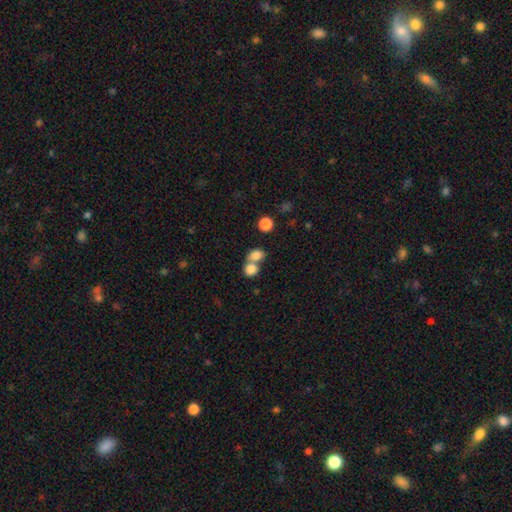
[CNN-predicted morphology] Smooth or featured: smooth — 80% (star or artifact — 10%)
How rounded: round — 53% (in between — 45%)
Merging: merger — 59% (none — 31%)